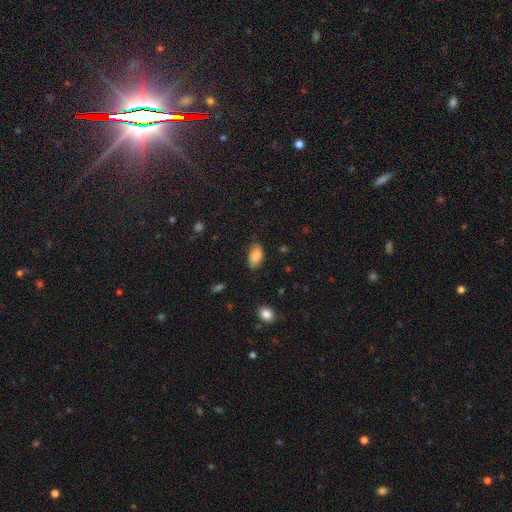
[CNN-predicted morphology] A smooth galaxy with no disk features (88%) that is in between round and cigar-shaped (93%).

Vote fractions:
- Smooth or featured? smooth: 88% / star or artifact: 7% / featured or disk: 5%
- How rounded? in between: 93% / round: 4% / cigar-shaped: 3%
- Merging? none: 77% / minor disturbance: 18% / major disturbance: 4% / merger: 1%